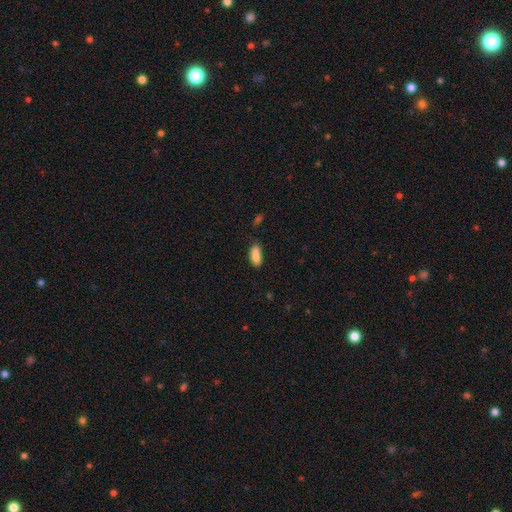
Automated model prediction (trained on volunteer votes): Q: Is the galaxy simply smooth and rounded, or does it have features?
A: smooth — 82%.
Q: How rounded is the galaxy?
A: in between — 84%.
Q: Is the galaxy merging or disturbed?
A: none — 52%.